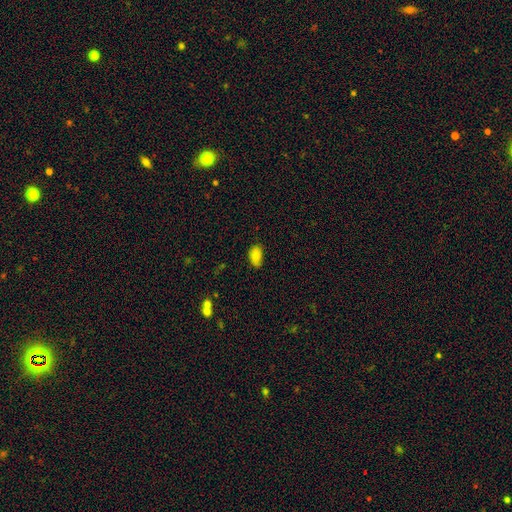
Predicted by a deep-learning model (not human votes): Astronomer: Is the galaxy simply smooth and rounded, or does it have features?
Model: smooth — 84%.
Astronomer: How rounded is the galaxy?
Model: in between — 92%.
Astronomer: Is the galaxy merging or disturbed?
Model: none — 71%.